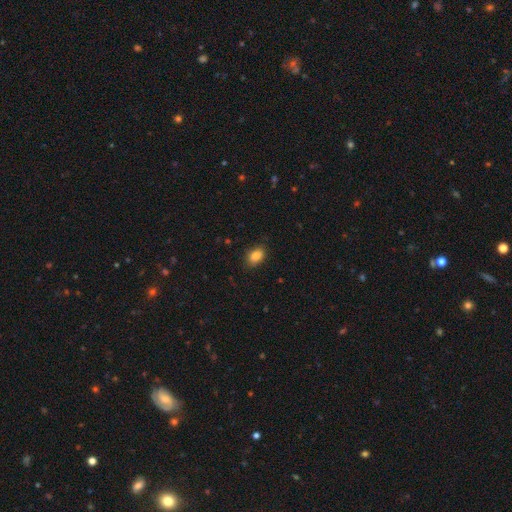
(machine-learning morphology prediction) Smooth or featured?
  - smooth: 86% *
  - star or artifact: 9%
  - featured or disk: 5%
How rounded?
  - in between: 83% *
  - round: 16%
  - cigar-shaped: 2%
Merging?
  - none: 84% *
  - minor disturbance: 12%
  - major disturbance: 3%
  - merger: 1%